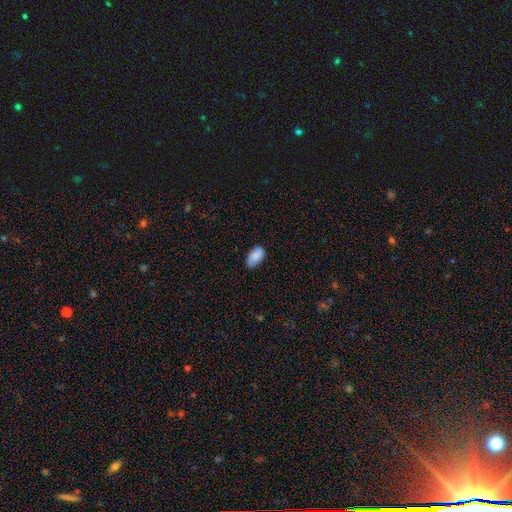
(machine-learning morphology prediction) Smooth or featured? Predicted: smooth (p=0.87). How rounded? Predicted: in between (p=0.94). Merging? Predicted: none (p=0.77).